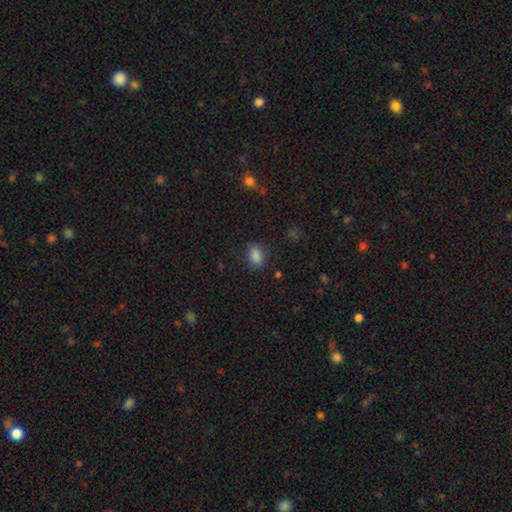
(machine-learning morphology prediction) The model was most divided on "merging": none: 74%, minor disturbance: 18%, major disturbance: 6%, merger: 2%. More confident: smooth or featured — smooth (84%); how rounded — in between (79%).